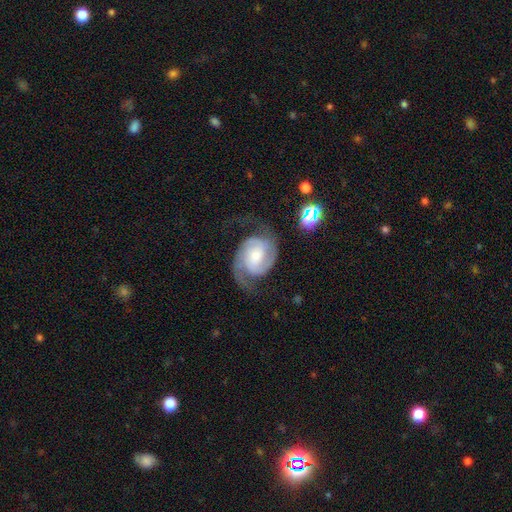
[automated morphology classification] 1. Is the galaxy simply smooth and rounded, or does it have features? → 89% featured or disk, 6% smooth, 5% star or artifact.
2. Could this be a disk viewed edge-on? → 98% no, 2% yes.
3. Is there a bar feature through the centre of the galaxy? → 56% no, 33% weak, 11% strong.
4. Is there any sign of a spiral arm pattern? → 98% yes, 2% no.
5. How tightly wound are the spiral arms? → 48% medium, 38% tight, 14% loose.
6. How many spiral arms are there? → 89% 2, 4% can't tell, 3% 3, 2% 1, 1% 4, 1% more than 4.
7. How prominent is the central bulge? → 57% small, 34% moderate, 4% large, 3% none, 2% dominant.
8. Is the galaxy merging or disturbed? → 66% none, 17% minor disturbance, 16% major disturbance, 2% merger.